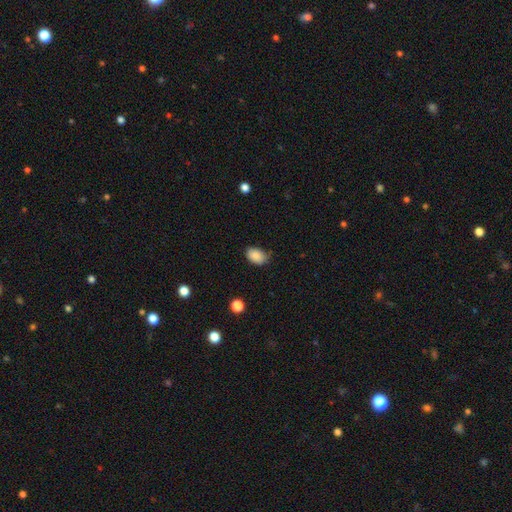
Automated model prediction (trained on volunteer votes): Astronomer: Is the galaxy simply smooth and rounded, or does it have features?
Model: smooth — 87%.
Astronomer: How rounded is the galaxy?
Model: in between — 84%.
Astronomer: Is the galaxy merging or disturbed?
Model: none — 71%.